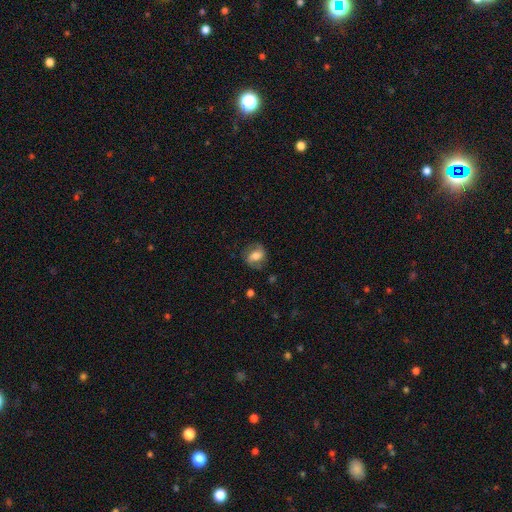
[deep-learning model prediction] Smooth or featured: smooth — 50% (featured or disk — 42%)
Merging: none — 70% (minor disturbance — 19%)